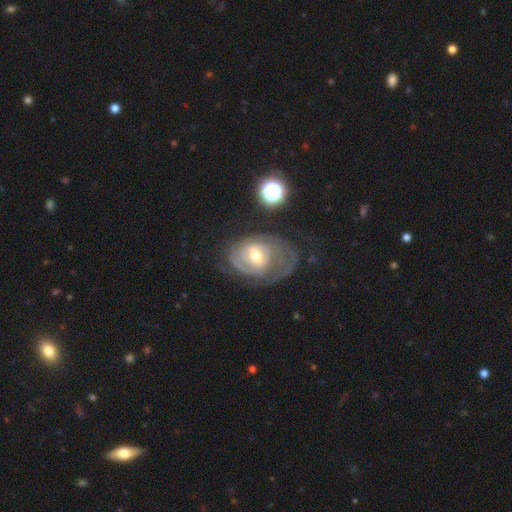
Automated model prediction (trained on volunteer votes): A featured or disk galaxy (82%) with a weak bar (48%), tight (62%) spiral arms (90%) and a moderate central bulge (65%).

Vote fractions:
- Smooth or featured? featured or disk: 82% / smooth: 12% / star or artifact: 6%
- Edge-on disk? no: 97% / yes: 3%
- Bar? weak: 48% / no: 37% / strong: 15%
- Spiral arms? yes: 90% / no: 10%
- Spiral winding? tight: 62% / medium: 28% / loose: 10%
- Spiral arm count? can't tell: 37% / 2: 33% / 3: 12% / 1: 10% / 4: 4% / more than 4: 4%
- Bulge size? moderate: 65% / small: 28% / large: 5% / none: 1% / dominant: 1%
- Merging? none: 49% / major disturbance: 27% / minor disturbance: 22% / merger: 3%